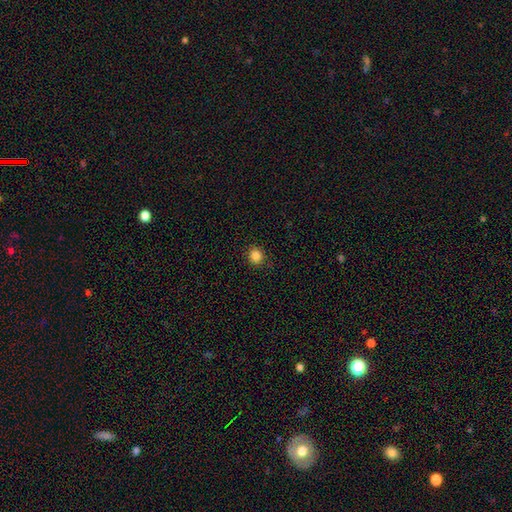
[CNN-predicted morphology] Smooth or featured: smooth — 85% (star or artifact — 11%)
How rounded: round — 80% (in between — 19%)
Merging: none — 90% (minor disturbance — 7%)